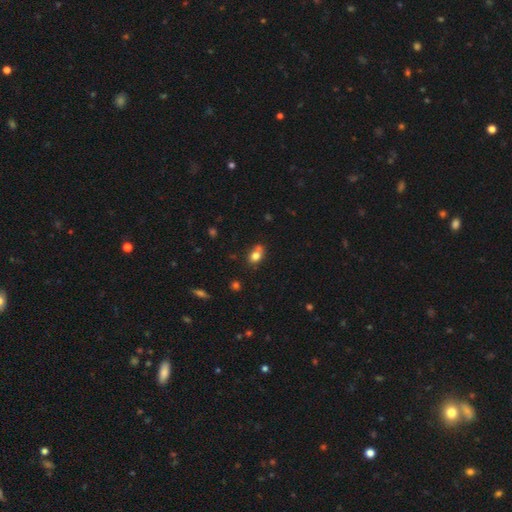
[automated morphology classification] This is likely a smooth galaxy (77%). How rounded: likely in between (63%). Merging: possibly none (49%).